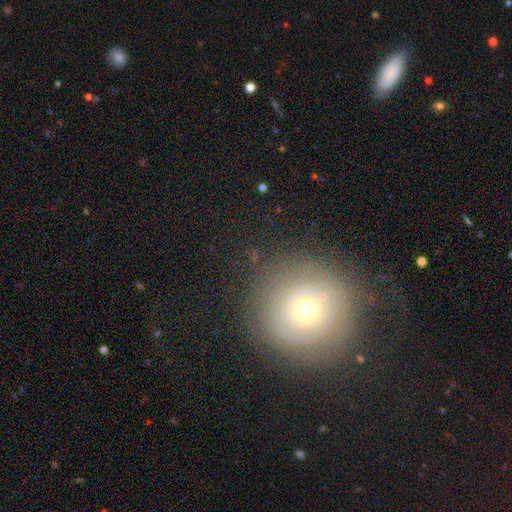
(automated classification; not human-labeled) Q: Smooth or featured?
A: smooth (47%); runner-up: featured or disk (37%)
Q: Merging?
A: none (78%); runner-up: minor disturbance (12%)